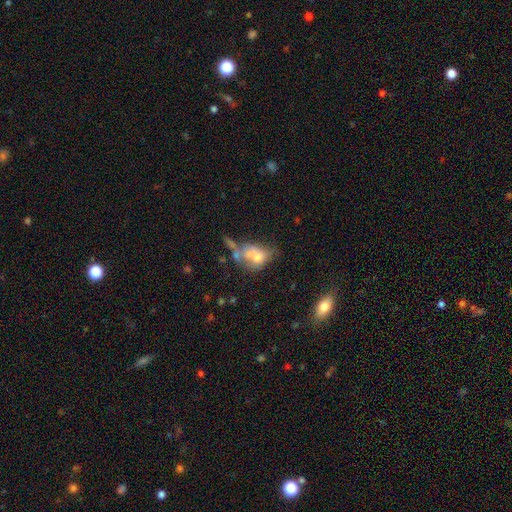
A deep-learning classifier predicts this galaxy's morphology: This is likely a smooth galaxy (61%). How rounded: likely in between (70%). Merging: marginally merger (38%).